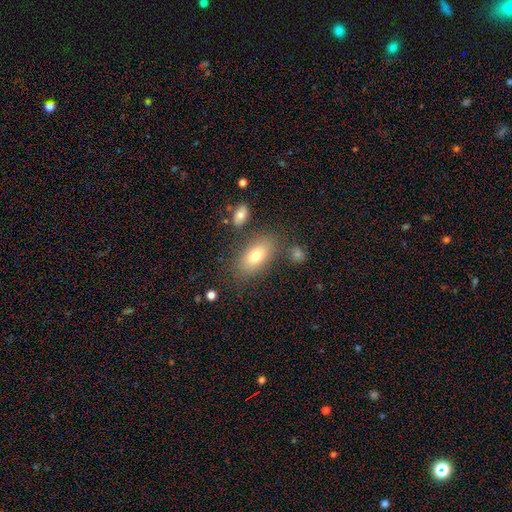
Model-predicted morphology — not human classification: type=smooth (76%); roundness=in between (89%); merging=none (77%).